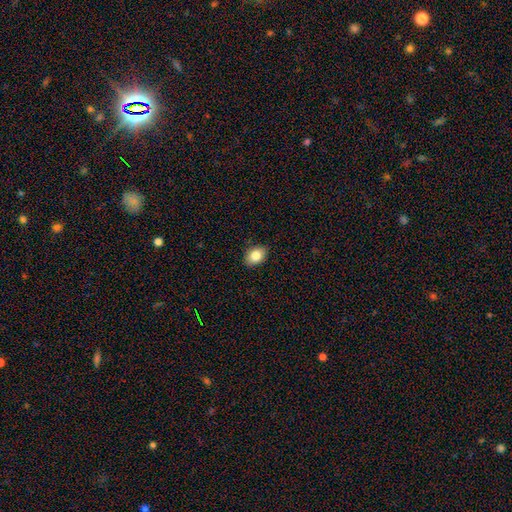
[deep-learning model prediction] The model was most divided on "how rounded": in between: 78%, round: 21%, cigar-shaped: 1%. More confident: merging — none (88%); smooth or featured — smooth (83%).